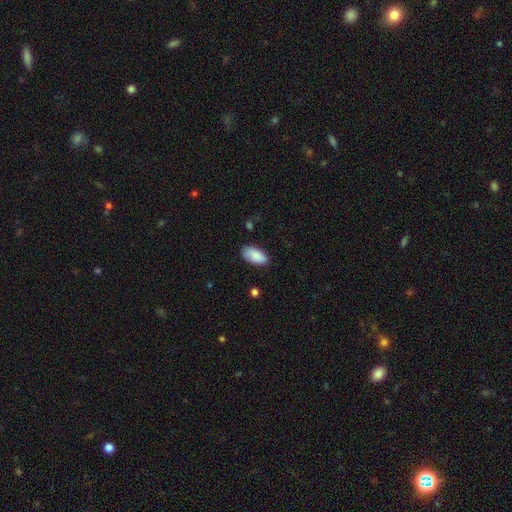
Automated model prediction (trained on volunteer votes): smooth_or_featured: smooth (p=0.87) [alt: featured or disk p=0.06]
how_rounded: in between (p=0.94) [alt: cigar-shaped p=0.04]
merging: none (p=0.83) [alt: minor disturbance p=0.13]